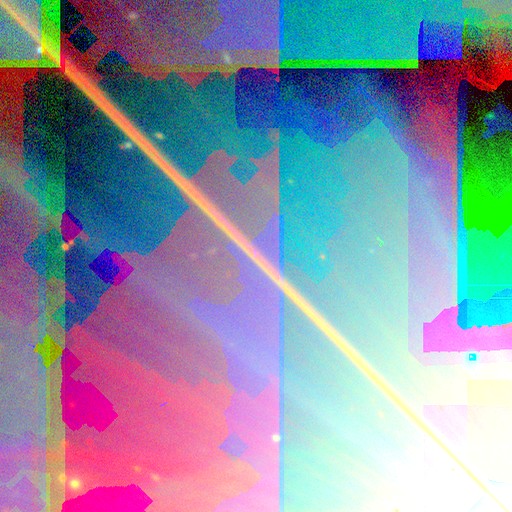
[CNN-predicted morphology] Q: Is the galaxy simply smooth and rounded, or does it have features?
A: star or artifact — 88%.